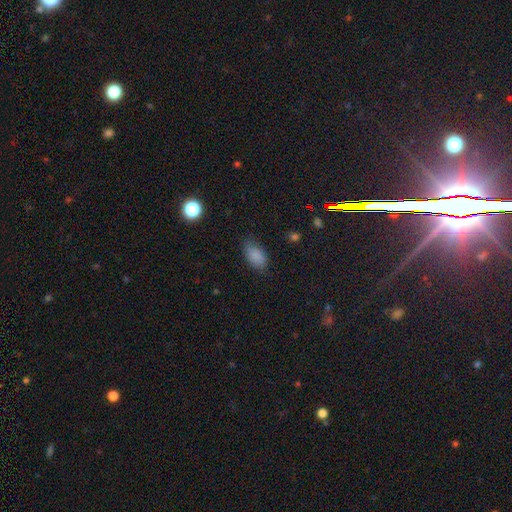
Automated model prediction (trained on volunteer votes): Smooth or featured?
  - smooth: 86% *
  - star or artifact: 9%
  - featured or disk: 5%
How rounded?
  - in between: 92% *
  - round: 6%
  - cigar-shaped: 2%
Merging?
  - none: 76% *
  - minor disturbance: 18%
  - major disturbance: 4%
  - merger: 1%